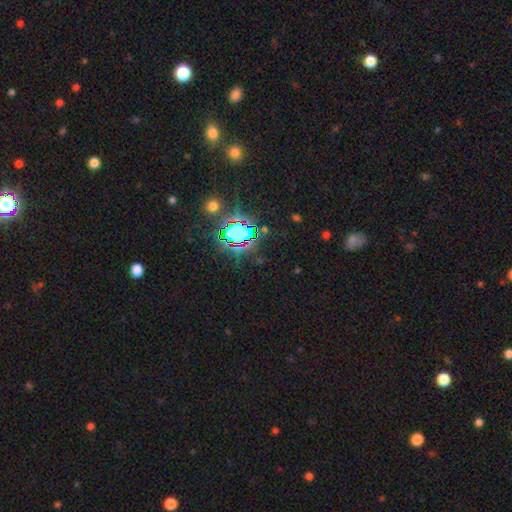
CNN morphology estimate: Smooth or featured? star or artifact (79%)